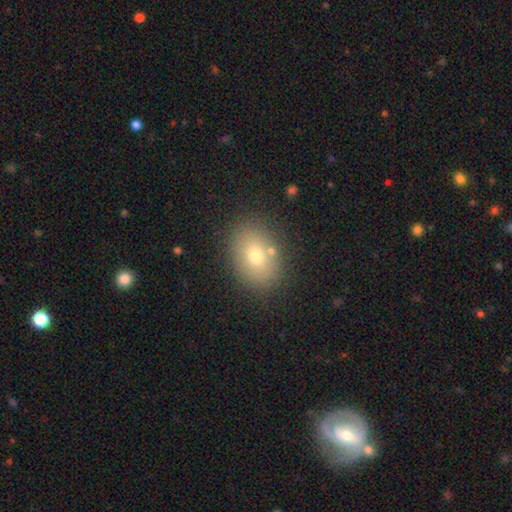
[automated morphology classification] Q: Smooth or featured?
A: smooth (71%); runner-up: featured or disk (17%)
Q: How rounded?
A: in between (67%); runner-up: round (32%)
Q: Merging?
A: none (80%); runner-up: minor disturbance (11%)